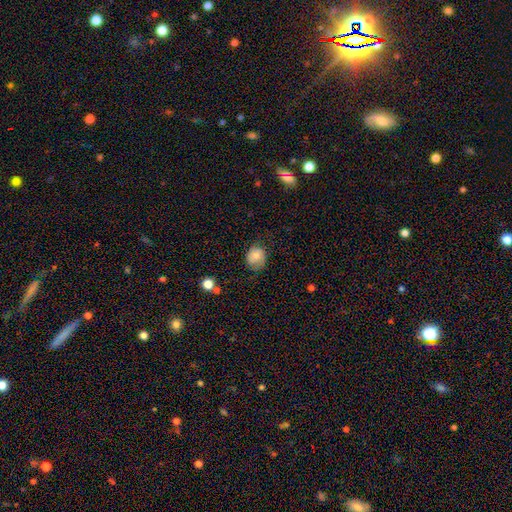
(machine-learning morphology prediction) Smooth or featured? Predicted: smooth (p=0.63). How rounded? Predicted: round (p=0.62). Merging? Predicted: none (p=0.58).